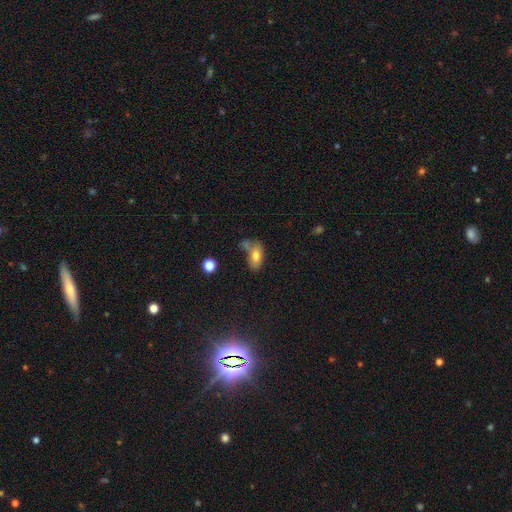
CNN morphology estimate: The model was most divided on "merging": none: 44%, merger: 24%, minor disturbance: 22%, major disturbance: 10%. More confident: how rounded — in between (88%); smooth or featured — smooth (74%).